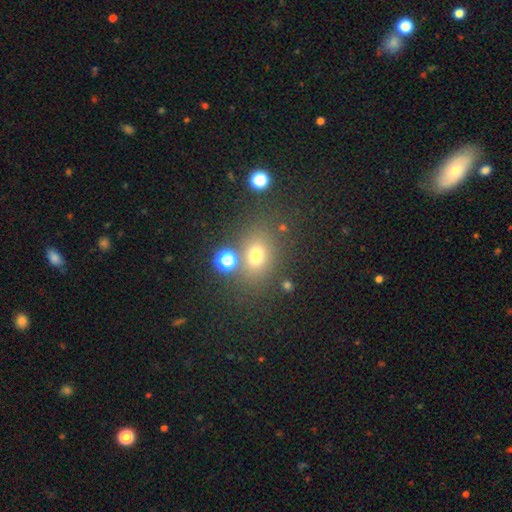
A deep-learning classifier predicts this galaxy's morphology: Q: Smooth or featured?
A: smooth (69%); runner-up: star or artifact (20%)
Q: How rounded?
A: in between (55%); runner-up: round (43%)
Q: Merging?
A: none (71%); runner-up: minor disturbance (13%)